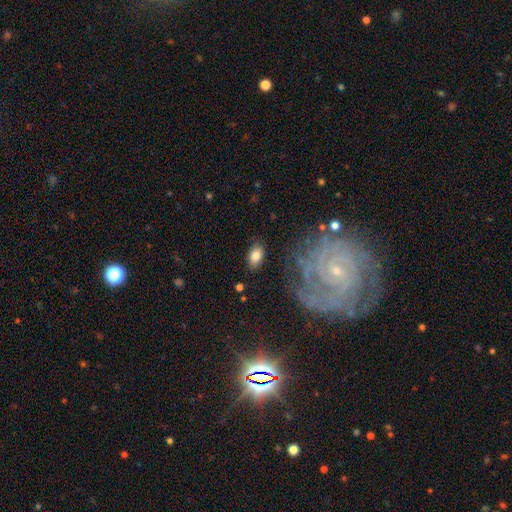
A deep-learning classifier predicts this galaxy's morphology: A smooth galaxy with no disk features (79%) that is in between round and cigar-shaped (88%).

Vote fractions:
- Smooth or featured? smooth: 79% / featured or disk: 13% / star or artifact: 8%
- How rounded? in between: 88% / round: 10% / cigar-shaped: 2%
- Merging? none: 82% / minor disturbance: 12% / major disturbance: 4% / merger: 2%